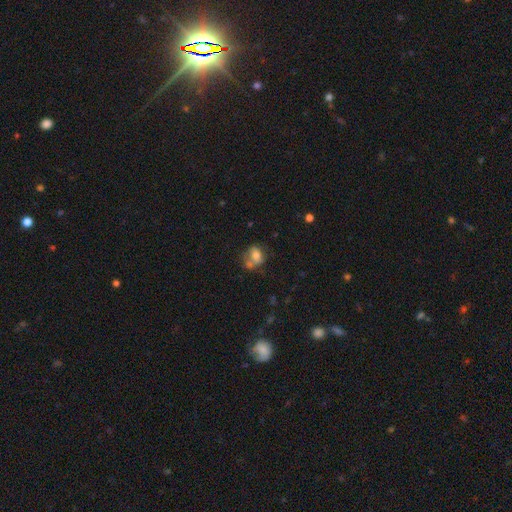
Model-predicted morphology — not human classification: A smooth galaxy with no disk features (66%) that is in between round and cigar-shaped (55%). Merging: merger (36%).